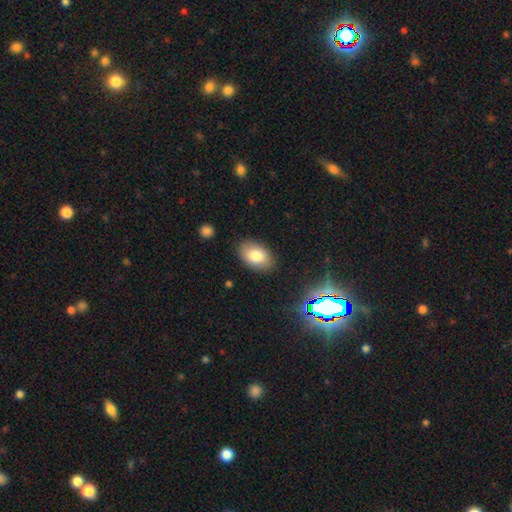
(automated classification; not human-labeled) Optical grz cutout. It shows a smooth galaxy with no disk features (80%) that is in between round and cigar-shaped (89%). Merging: none (85%).